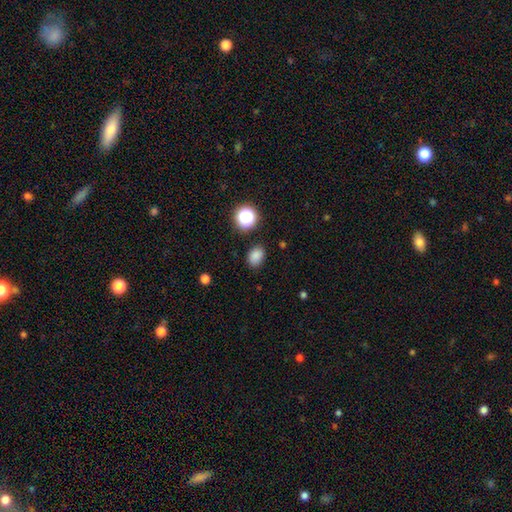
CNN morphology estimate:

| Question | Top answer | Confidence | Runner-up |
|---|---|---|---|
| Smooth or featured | smooth | 83% | star or artifact (13%) |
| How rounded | in between | 69% | round (30%) |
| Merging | none | 84% | minor disturbance (11%) |